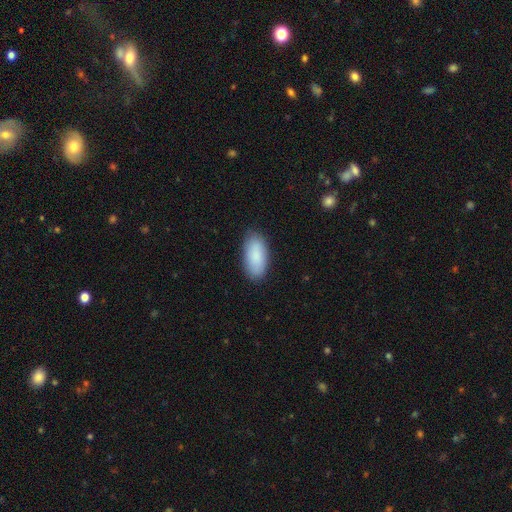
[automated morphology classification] smooth 89%, featured or disk 6%, star or artifact 6%. Down the decision tree: how rounded — in between (92%); merging — none (87%).